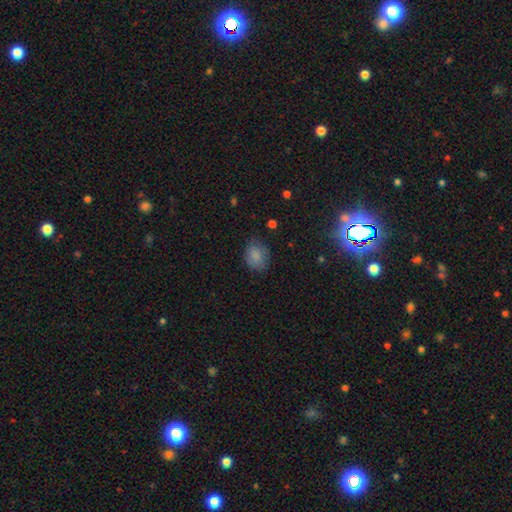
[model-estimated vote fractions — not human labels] smooth_or_featured: smooth (p=0.84) [alt: star or artifact p=0.09]
how_rounded: in between (p=0.56) [alt: round p=0.43]
merging: none (p=0.73) [alt: minor disturbance p=0.20]